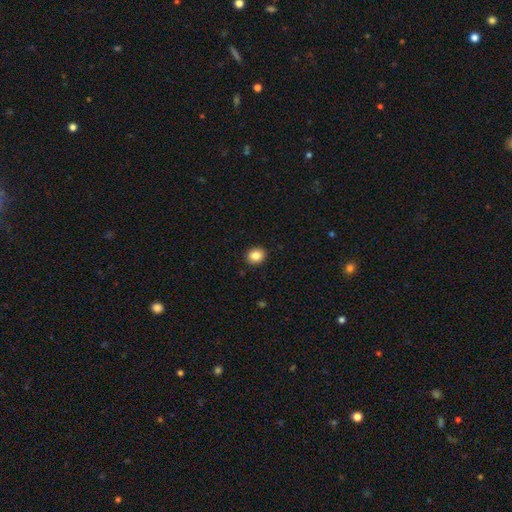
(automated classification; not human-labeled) Overall: smooth (84%). How rounded: round (68%; in between 31%). Merging: none (91%).